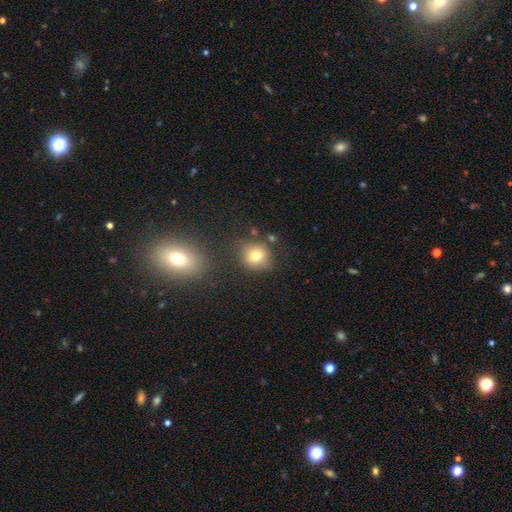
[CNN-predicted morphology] A smooth galaxy with no disk features (75%) that is round (77%).

Vote fractions:
- Smooth or featured? smooth: 75% / star or artifact: 13% / featured or disk: 11%
- How rounded? round: 77% / in between: 22% / cigar-shaped: 1%
- Merging? none: 73% / minor disturbance: 15% / merger: 7% / major disturbance: 5%